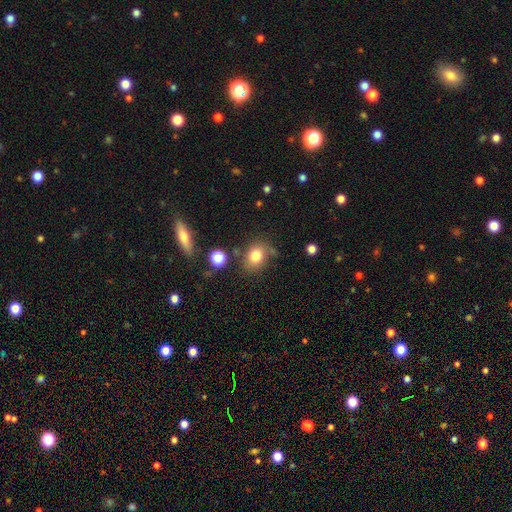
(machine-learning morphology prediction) Smooth or featured: smooth — 79% (star or artifact — 11%)
How rounded: in between — 55% (round — 44%)
Merging: none — 71% (minor disturbance — 16%)